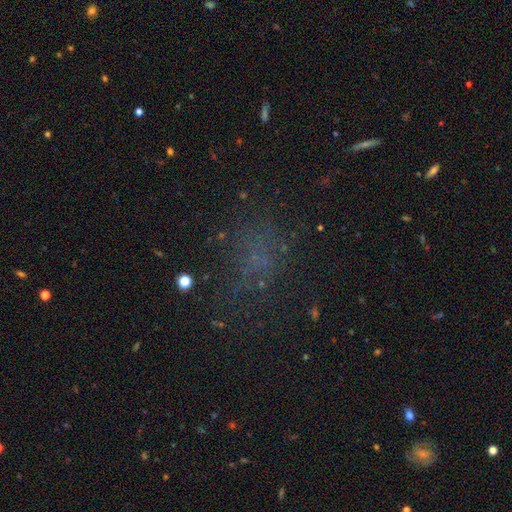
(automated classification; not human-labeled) smooth 43%, star or artifact 40%, featured or disk 17%. Down the decision tree: merging — none (63%).